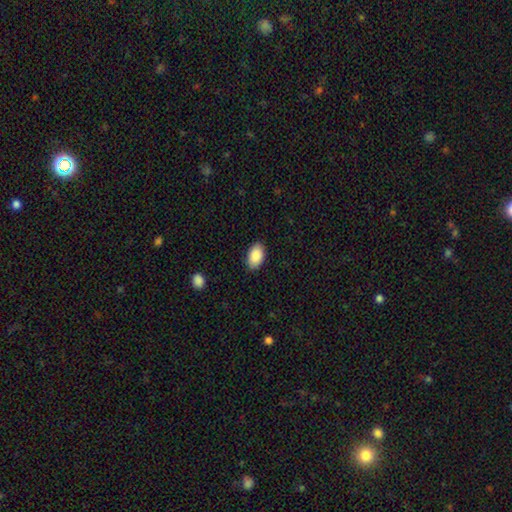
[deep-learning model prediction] The model was most divided on "merging": none: 88%, minor disturbance: 9%, major disturbance: 2%, merger: 1%. More confident: how rounded — in between (93%); smooth or featured — smooth (90%).